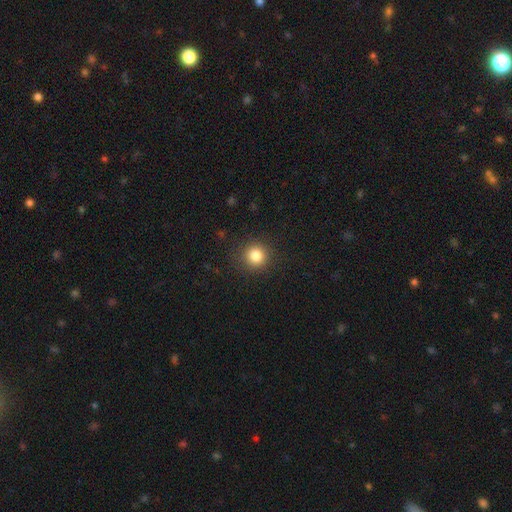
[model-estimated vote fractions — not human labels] smooth 83%, star or artifact 11%, featured or disk 5%. Down the decision tree: how rounded — round (93%); merging — none (90%).